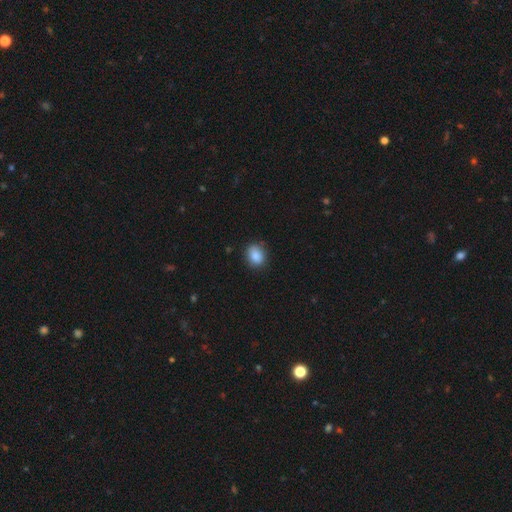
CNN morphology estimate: smooth_or_featured: smooth (p=0.87) [alt: star or artifact p=0.08]
how_rounded: in between (p=0.55) [alt: round p=0.44]
merging: none (p=0.82) [alt: minor disturbance p=0.14]